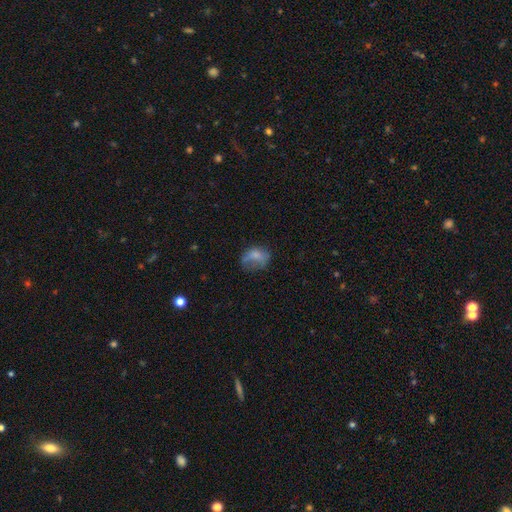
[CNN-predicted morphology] smooth 66%, featured or disk 23%, star or artifact 12%. Down the decision tree: how rounded — in between (65%); merging — none (35%).